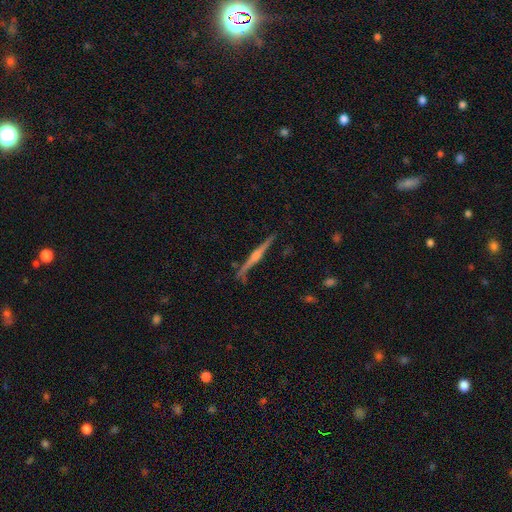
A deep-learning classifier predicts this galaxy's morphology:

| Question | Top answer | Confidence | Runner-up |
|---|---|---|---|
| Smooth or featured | featured or disk | 78% | smooth (15%) |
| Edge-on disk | yes | 97% | no (3%) |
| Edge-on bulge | rounded | 84% | none (10%) |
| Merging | none | 84% | minor disturbance (11%) |